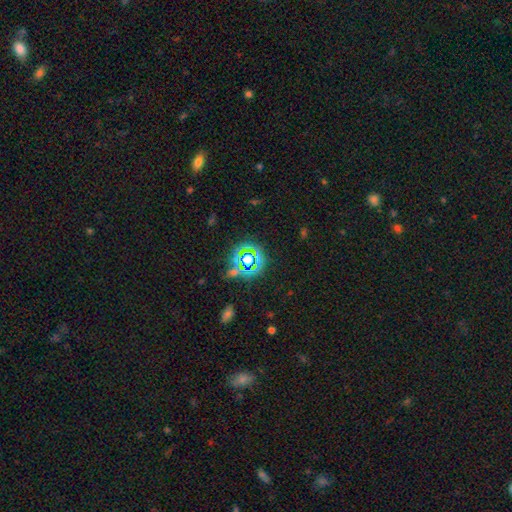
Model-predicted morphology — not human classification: smooth-or-featured: star or artifact: 71% | smooth: 19% | featured or disk: 10%